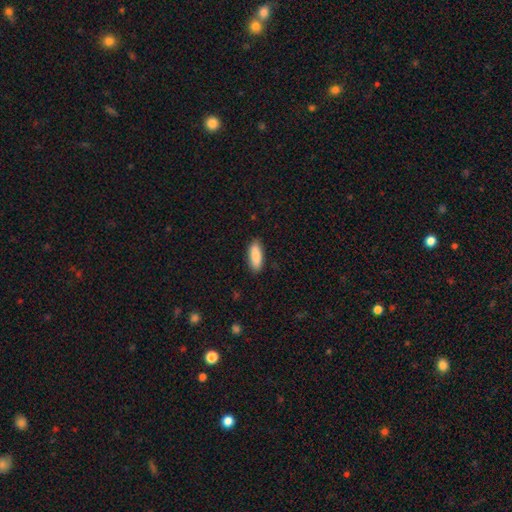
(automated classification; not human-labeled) Smooth or featured?
  - smooth: 89% *
  - star or artifact: 6%
  - featured or disk: 5%
How rounded?
  - in between: 69% *
  - cigar-shaped: 29%
  - round: 2%
Merging?
  - none: 88% *
  - minor disturbance: 9%
  - major disturbance: 2%
  - merger: 1%